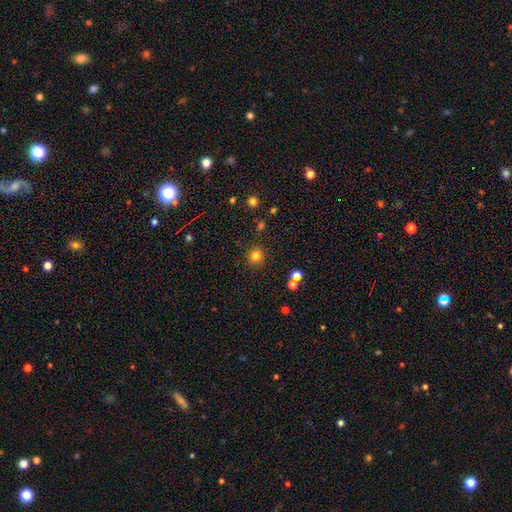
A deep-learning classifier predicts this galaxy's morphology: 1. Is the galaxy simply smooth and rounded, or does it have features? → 80% smooth, 15% star or artifact, 5% featured or disk.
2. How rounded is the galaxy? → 90% round, 9% in between, 1% cigar-shaped.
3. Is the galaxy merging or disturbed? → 88% none, 7% minor disturbance, 3% major disturbance, 2% merger.